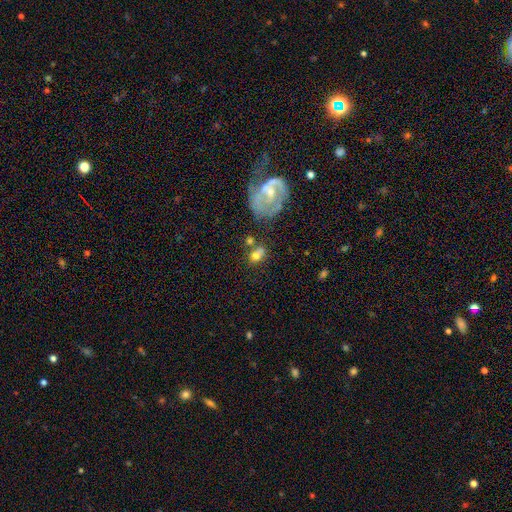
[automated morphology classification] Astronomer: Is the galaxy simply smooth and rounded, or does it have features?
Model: smooth — 63%.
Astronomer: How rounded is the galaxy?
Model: in between — 57% (runner-up: round, 40%).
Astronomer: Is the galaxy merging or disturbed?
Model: none — 43% (runner-up: merger, 28%).